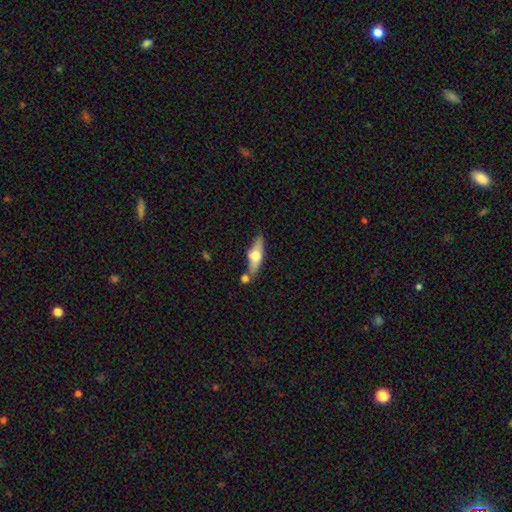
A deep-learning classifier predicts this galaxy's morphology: smooth 47% (tied), featured or disk 47% (tied), star or artifact 6%. Down the decision tree: merging — none (69%).